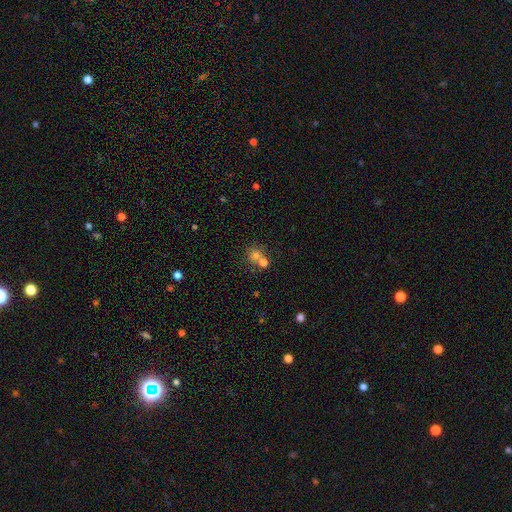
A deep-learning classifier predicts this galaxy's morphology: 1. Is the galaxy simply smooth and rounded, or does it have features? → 71% smooth, 16% star or artifact, 13% featured or disk.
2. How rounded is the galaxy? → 85% round, 14% in between, 1% cigar-shaped.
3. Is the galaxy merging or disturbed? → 50% none, 39% merger, 7% minor disturbance, 4% major disturbance.